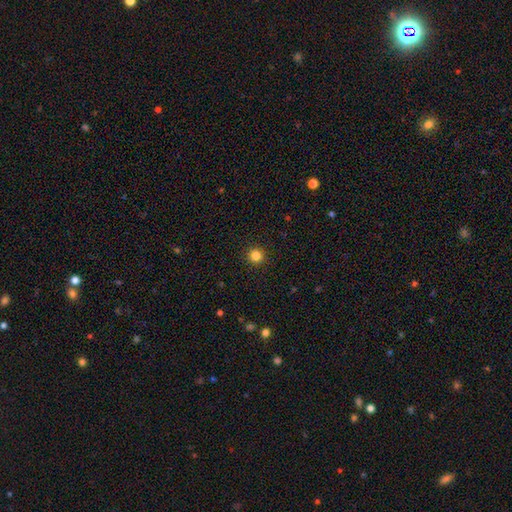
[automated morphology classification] A smooth galaxy with no disk features (83%) that is round (95%). Merging: none (93%).